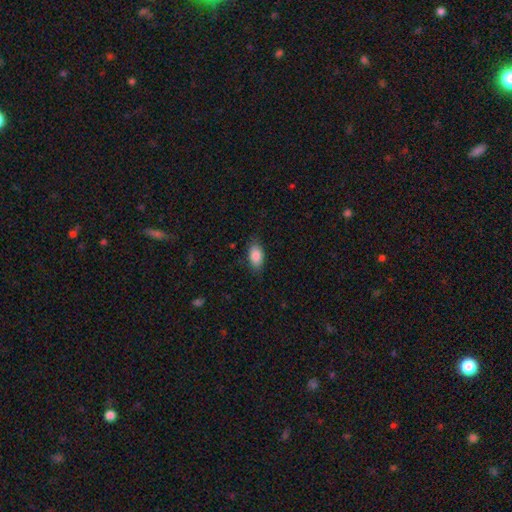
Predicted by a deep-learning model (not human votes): A smooth galaxy with no disk features (87%) that is in between round and cigar-shaped (91%). Merging: none (81%).